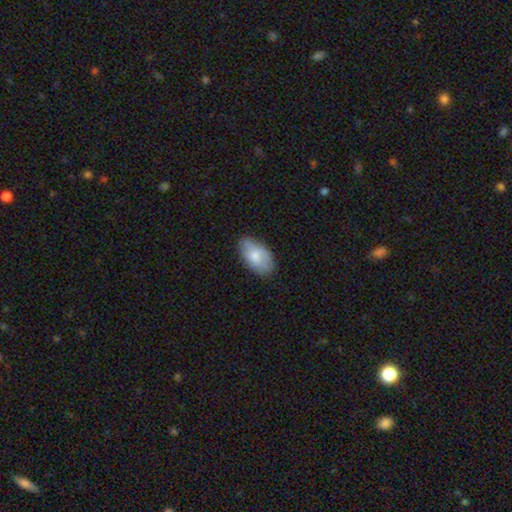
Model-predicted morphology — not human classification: type=smooth (71%); roundness=in between (94%); merging=none (75%).